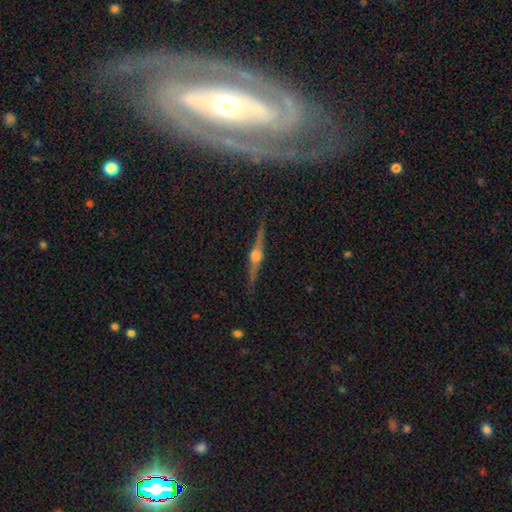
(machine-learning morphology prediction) This appears to be a featured or disk galaxy (85%) viewed edge-on (98%) with a rounded central bulge (95%). Merging: none (91%).